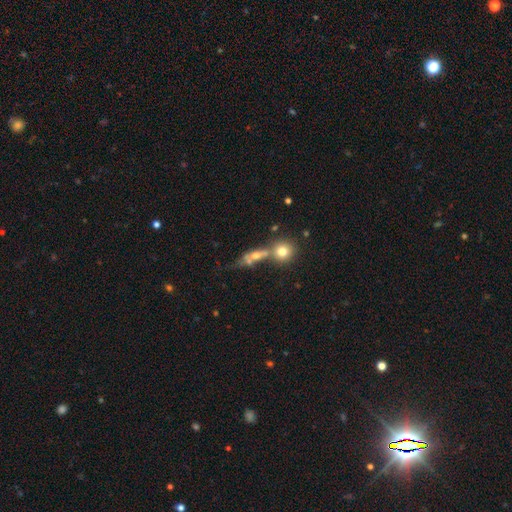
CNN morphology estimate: A smooth galaxy with no disk features (49%). Merging: merger (39%).